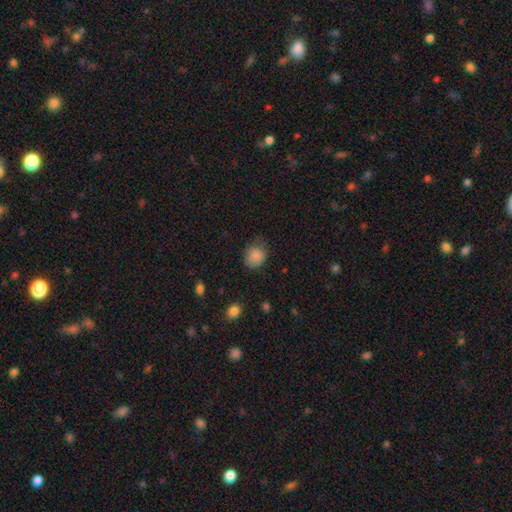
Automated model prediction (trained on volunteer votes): smooth 86%, star or artifact 9%, featured or disk 6%. Down the decision tree: how rounded — round (64%); merging — none (64%).